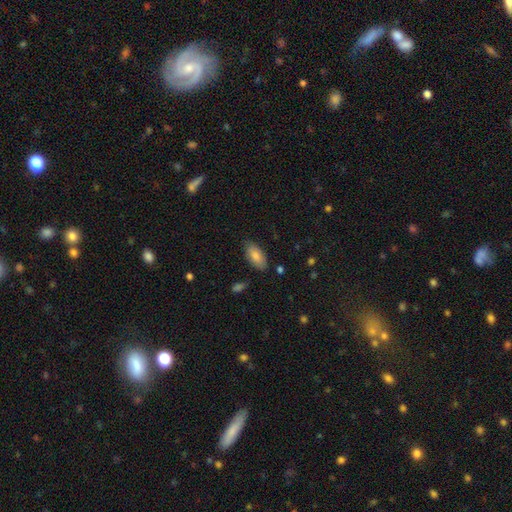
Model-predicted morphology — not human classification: A smooth galaxy with no disk features (84%) that is in between round and cigar-shaped (89%).

Vote fractions:
- Smooth or featured? smooth: 84% / featured or disk: 9% / star or artifact: 6%
- How rounded? in between: 89% / cigar-shaped: 9% / round: 2%
- Merging? none: 82% / minor disturbance: 14% / major disturbance: 3% / merger: 2%